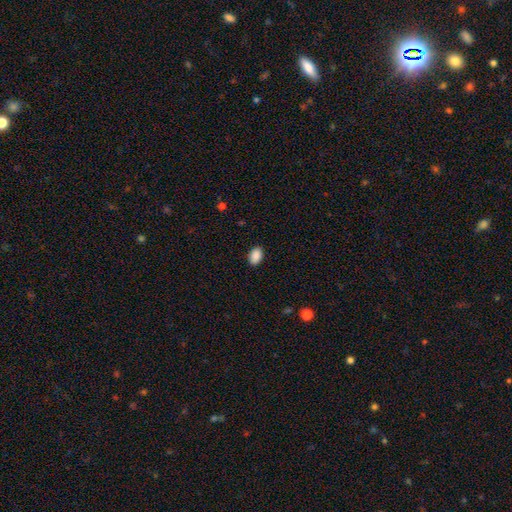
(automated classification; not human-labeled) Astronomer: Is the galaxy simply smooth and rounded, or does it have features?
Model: smooth — 90%.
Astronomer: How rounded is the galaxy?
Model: in between — 86%.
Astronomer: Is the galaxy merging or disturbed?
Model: none — 89%.